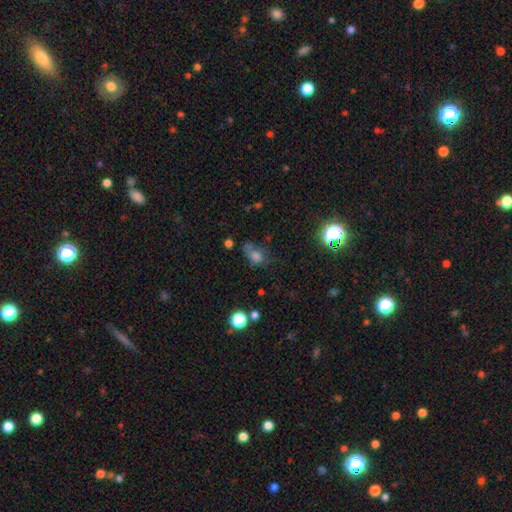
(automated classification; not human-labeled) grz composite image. It shows a smooth galaxy with no disk features (63%) that is in between round and cigar-shaped (63%). Merging: none (41%).